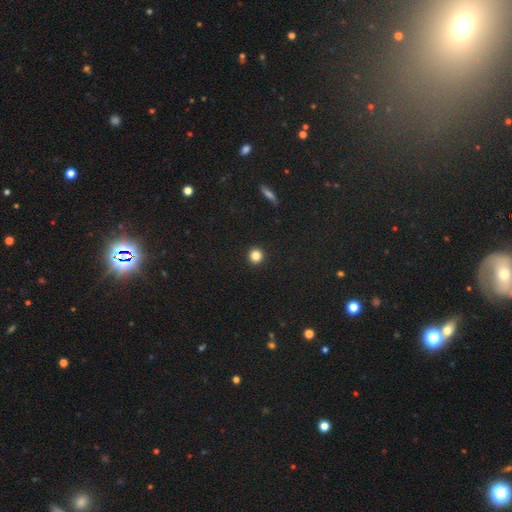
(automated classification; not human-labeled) Smooth or featured: smooth — 84% (star or artifact — 11%)
How rounded: round — 93% (in between — 6%)
Merging: none — 93% (minor disturbance — 4%)